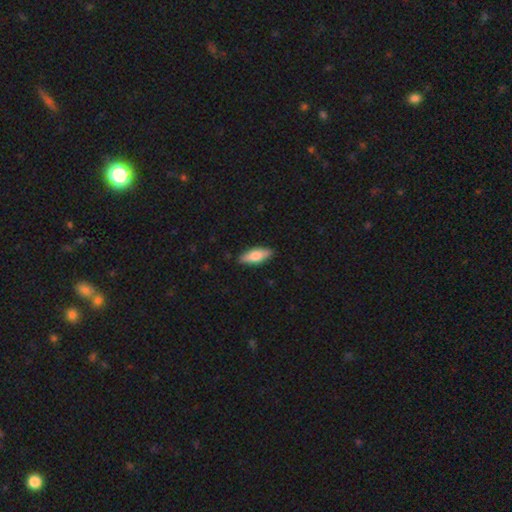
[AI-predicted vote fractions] Smooth or featured? smooth (69%)
How rounded? in between (63%)
Merging? none (89%)